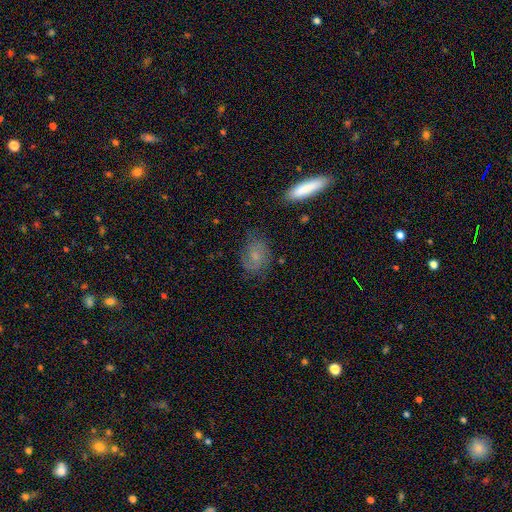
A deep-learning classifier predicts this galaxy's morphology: Overall: smooth (49%; featured or disk 41%). Merging: none (70%).